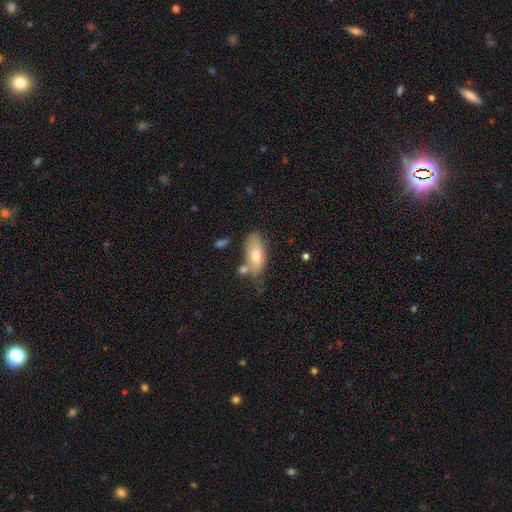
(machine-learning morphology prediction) smooth 69%, featured or disk 24%, star or artifact 7%. Down the decision tree: how rounded — in between (85%); merging — none (51%).